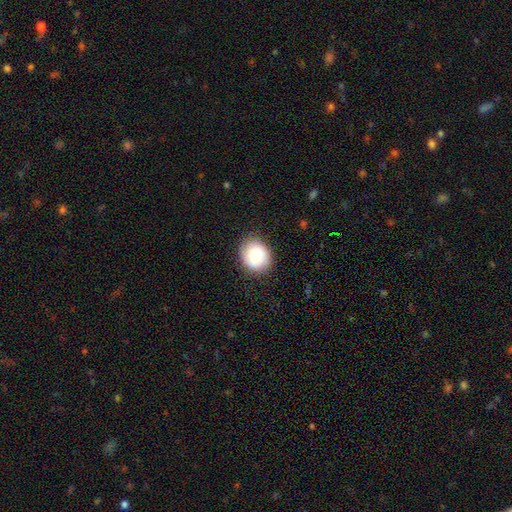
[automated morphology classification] Smooth or featured? smooth (82%)
How rounded? round (68%)
Merging? none (82%)